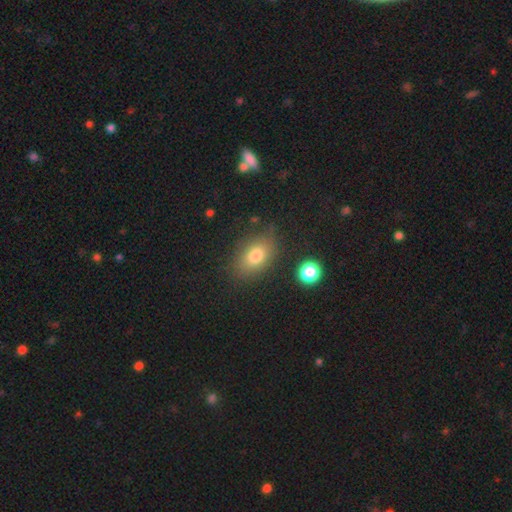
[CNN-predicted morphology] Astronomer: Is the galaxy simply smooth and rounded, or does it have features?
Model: smooth — 78%.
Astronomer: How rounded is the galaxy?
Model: in between — 82%.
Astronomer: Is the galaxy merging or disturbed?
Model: none — 79%.